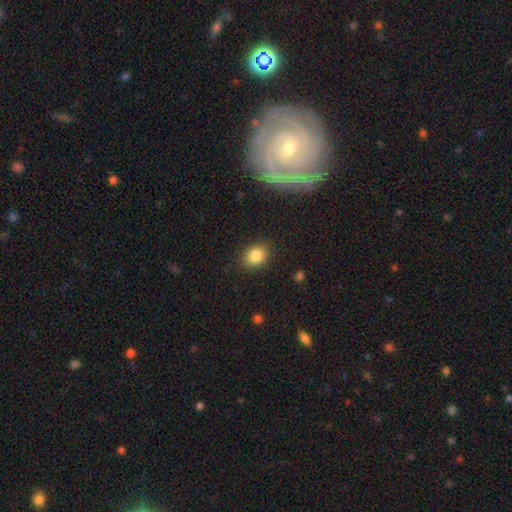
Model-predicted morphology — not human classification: The model was most divided on "how rounded": in between: 53%, round: 46%, cigar-shaped: 1%. More confident: merging — none (86%); smooth or featured — smooth (84%).